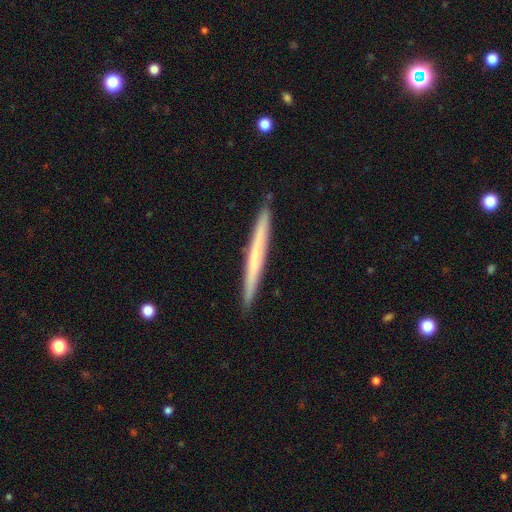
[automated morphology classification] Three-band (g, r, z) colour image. It shows a featured or disk galaxy (47%, tied with smooth). Merging: none (92%).